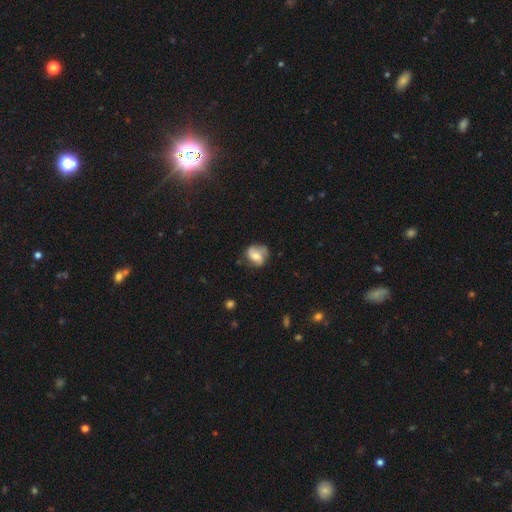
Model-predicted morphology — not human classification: type=featured or disk (49%); merging=none (59%).